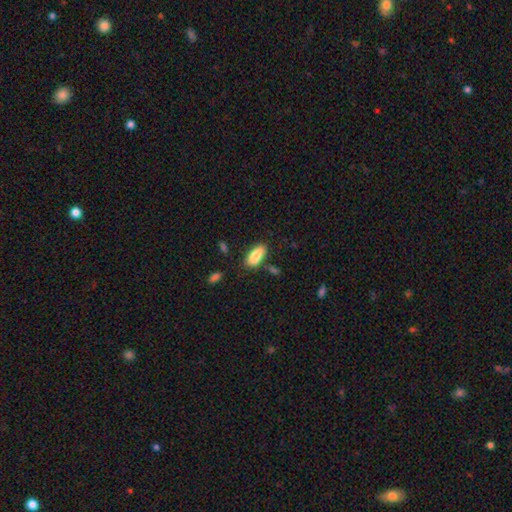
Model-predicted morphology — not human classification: Smooth or featured?
  - smooth: 85% *
  - featured or disk: 9%
  - star or artifact: 7%
How rounded?
  - in between: 87% *
  - cigar-shaped: 11%
  - round: 2%
Merging?
  - none: 75% *
  - minor disturbance: 15%
  - merger: 6%
  - major disturbance: 4%